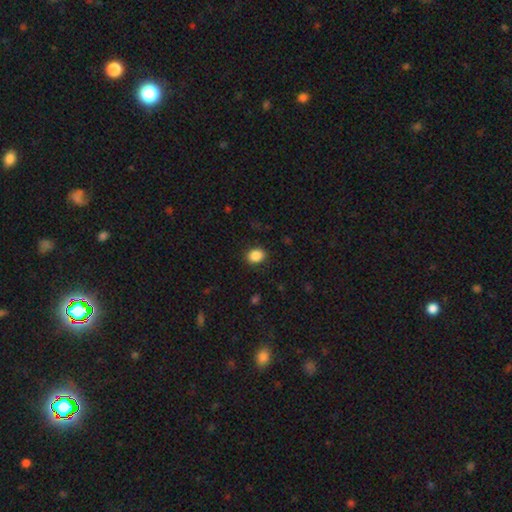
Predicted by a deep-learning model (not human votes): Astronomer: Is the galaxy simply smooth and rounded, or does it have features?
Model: smooth — 87%.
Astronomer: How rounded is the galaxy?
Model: in between — 54% (runner-up: round, 45%).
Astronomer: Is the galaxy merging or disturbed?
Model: none — 88%.